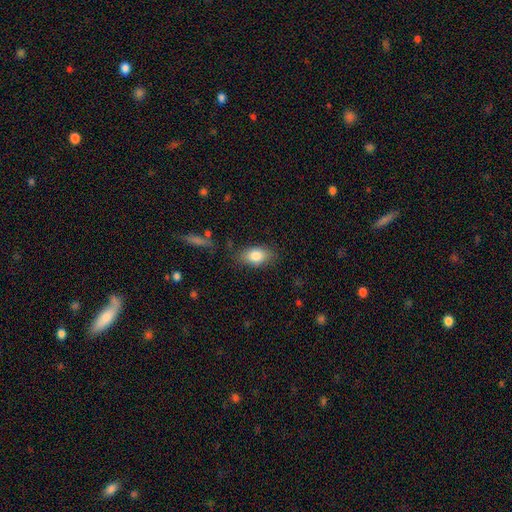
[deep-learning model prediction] Smooth or featured? smooth (82%)
How rounded? in between (86%)
Merging? none (79%)